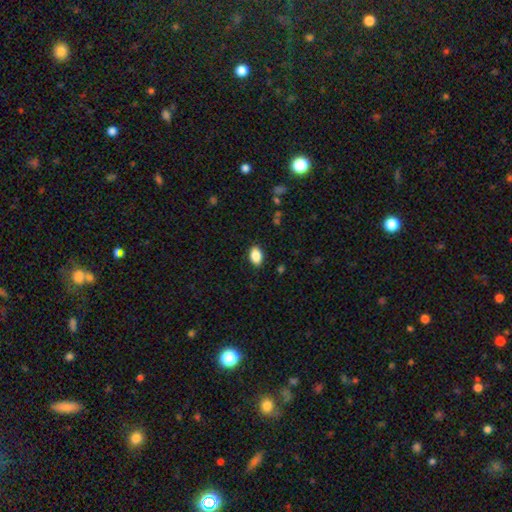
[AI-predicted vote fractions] A smooth galaxy with no disk features (87%) that is in between round and cigar-shaped (88%). Merging: none (88%).